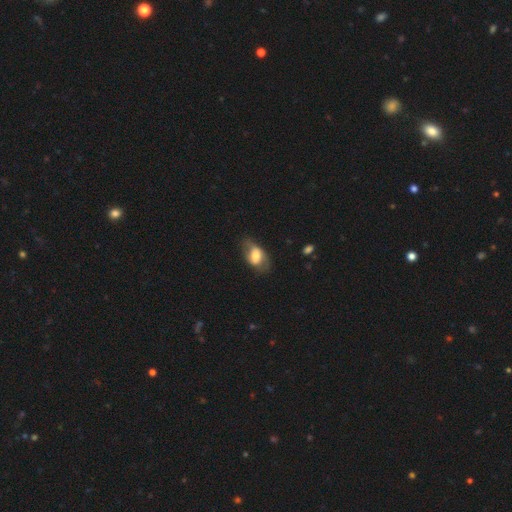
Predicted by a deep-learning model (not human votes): Smooth or featured? smooth (60%)
How rounded? in between (85%)
Merging? none (56%)